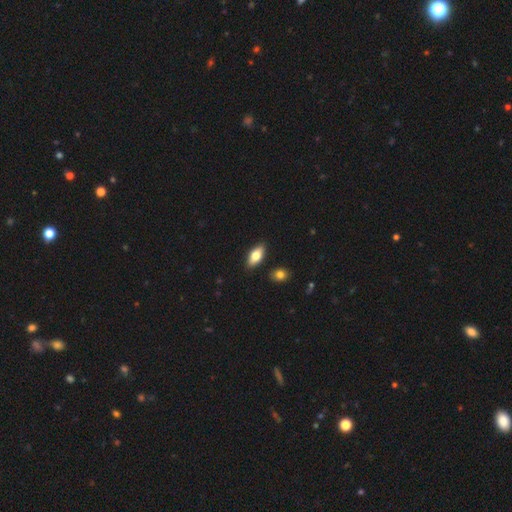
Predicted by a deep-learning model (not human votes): Overall: smooth (73%). How rounded: in between (84%). Merging: none (87%).